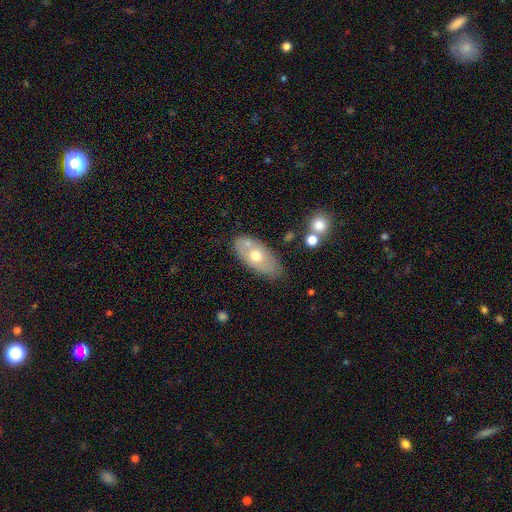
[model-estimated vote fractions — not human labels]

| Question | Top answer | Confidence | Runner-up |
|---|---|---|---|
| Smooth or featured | smooth | 51% | featured or disk (42%) |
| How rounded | in between | 89% | cigar-shaped (6%) |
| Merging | none | 69% | minor disturbance (17%) |